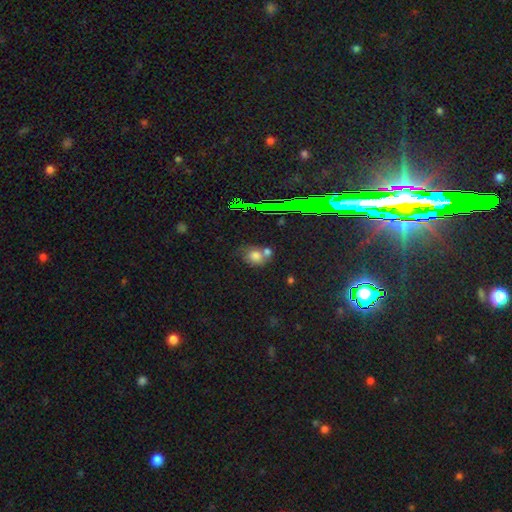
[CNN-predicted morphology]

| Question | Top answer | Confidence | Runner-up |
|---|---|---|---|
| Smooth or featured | smooth | 67% | star or artifact (22%) |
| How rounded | round | 56% | in between (42%) |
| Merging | none | 45% | merger (36%) |